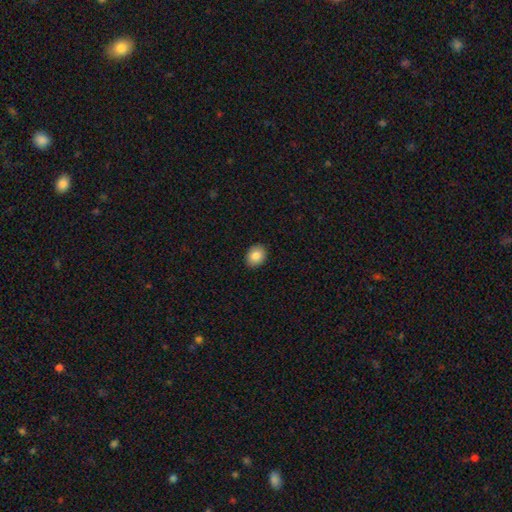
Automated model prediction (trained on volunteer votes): A smooth galaxy with no disk features (85%) that is in between round and cigar-shaped (54%). Merging: none (90%).